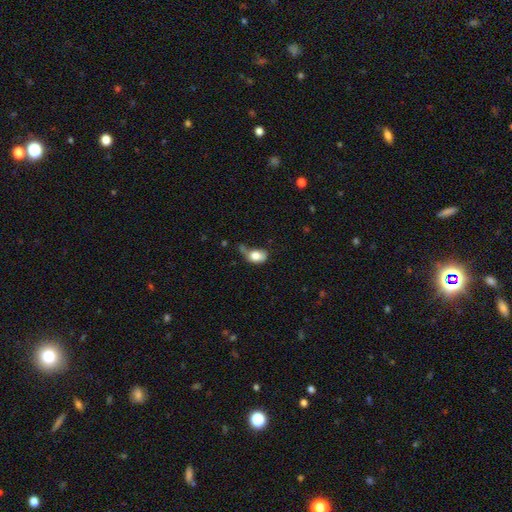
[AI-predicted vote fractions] smooth-or-featured: smooth: 76% | featured or disk: 15% | star or artifact: 8%
  how-rounded: in between: 74% | round: 24% | cigar-shaped: 2%
  merging: minor disturbance: 30% | major disturbance: 29% | none: 26% | merger: 15%